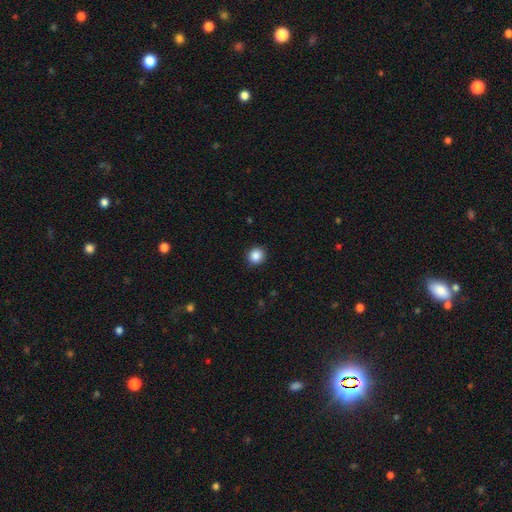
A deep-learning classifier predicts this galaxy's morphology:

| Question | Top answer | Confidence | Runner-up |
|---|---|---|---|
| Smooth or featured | smooth | 87% | star or artifact (10%) |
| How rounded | round | 89% | in between (11%) |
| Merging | none | 91% | minor disturbance (6%) |